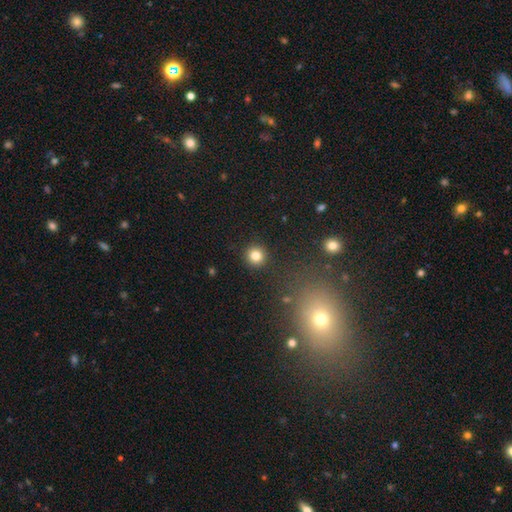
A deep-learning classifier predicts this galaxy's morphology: Q: Smooth or featured?
A: smooth (82%); runner-up: star or artifact (12%)
Q: How rounded?
A: round (94%); runner-up: in between (5%)
Q: Merging?
A: none (92%); runner-up: minor disturbance (5%)